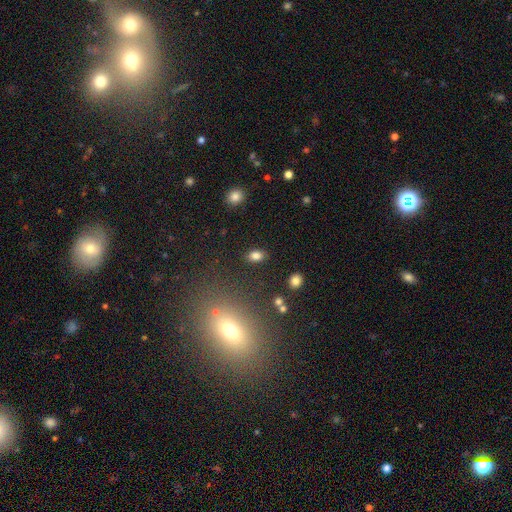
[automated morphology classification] smooth_or_featured: smooth (p=0.82) [alt: star or artifact p=0.11]
how_rounded: in between (p=0.85) [alt: round p=0.13]
merging: none (p=0.85) [alt: minor disturbance p=0.09]